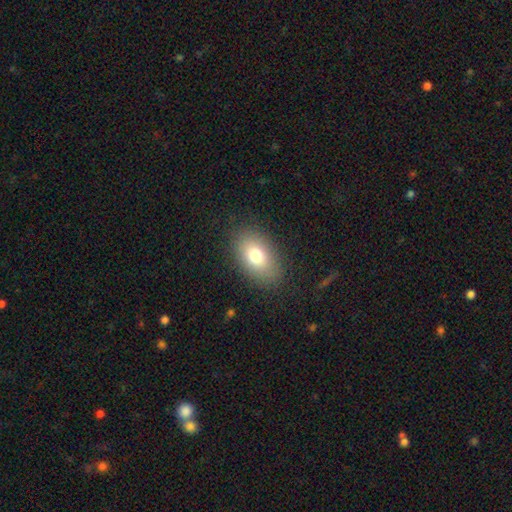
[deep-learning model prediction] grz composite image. It shows a smooth galaxy with no disk features (76%) that is in between round and cigar-shaped (86%). Merging: none (84%).